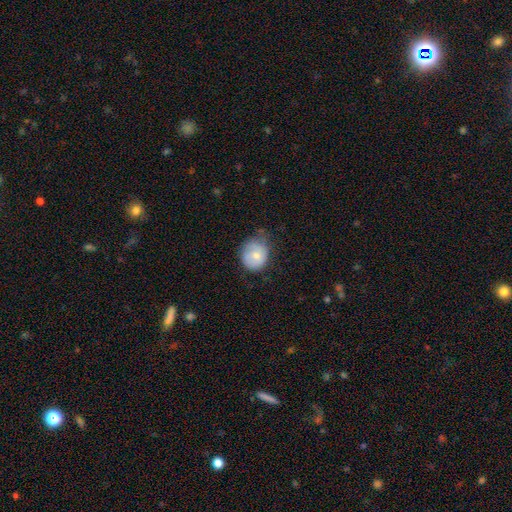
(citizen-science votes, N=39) This is likely a smooth galaxy (72%). How rounded: likely round (61%). Merging: possibly minor disturbance (53%).